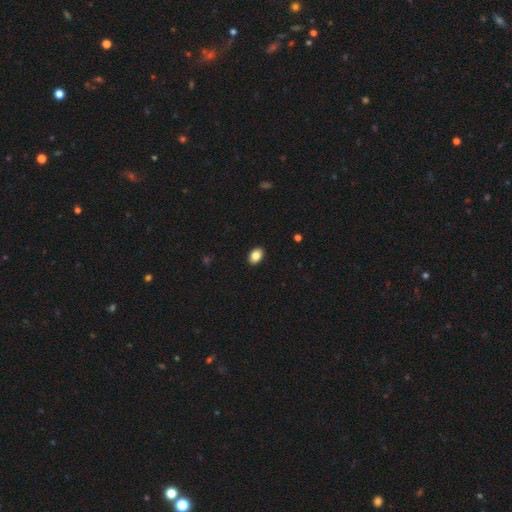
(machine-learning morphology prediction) This is clearly a smooth galaxy (86%). How rounded: clearly in between (83%). Merging: clearly none (91%).